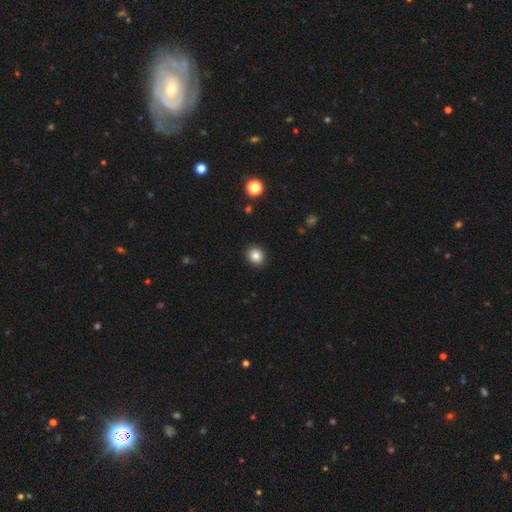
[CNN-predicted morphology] type=smooth (84%); roundness=round (60%); merging=none (91%).